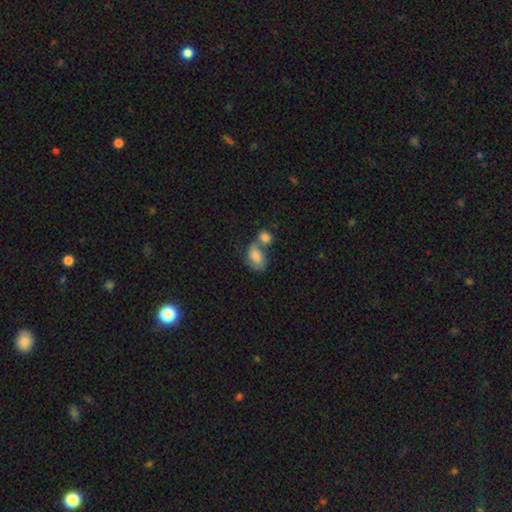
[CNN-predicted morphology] smooth 66%, featured or disk 25%, star or artifact 9%. Down the decision tree: how rounded — in between (83%); merging — merger (58%).